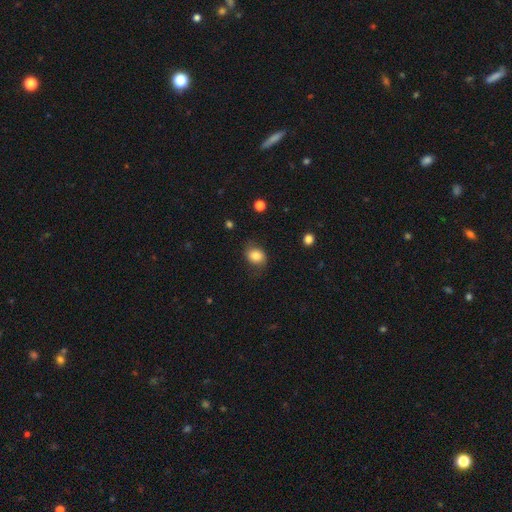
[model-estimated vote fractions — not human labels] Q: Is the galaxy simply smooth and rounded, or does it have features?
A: smooth — 82%.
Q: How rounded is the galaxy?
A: in between — 51%.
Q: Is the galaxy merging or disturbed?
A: none — 70%.